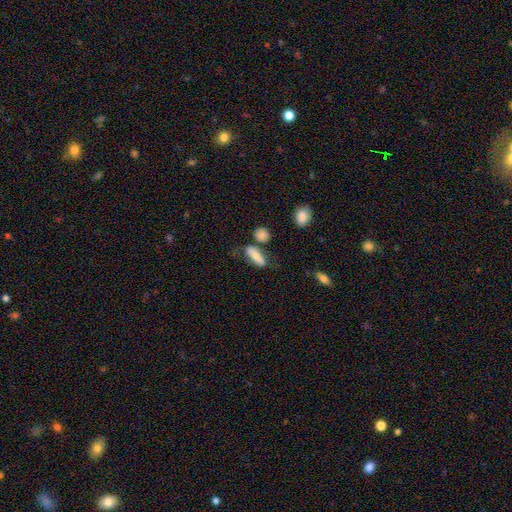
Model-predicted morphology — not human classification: Smooth or featured? smooth (79%)
How rounded? in between (60%)
Merging? none (54%)